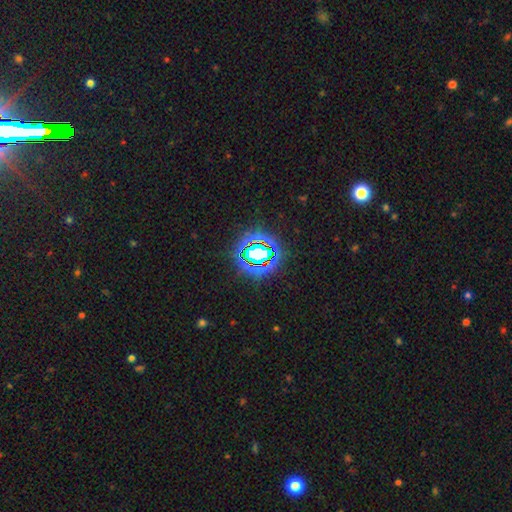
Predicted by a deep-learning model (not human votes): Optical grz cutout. It shows a star or artifact, not a galaxy (77%).